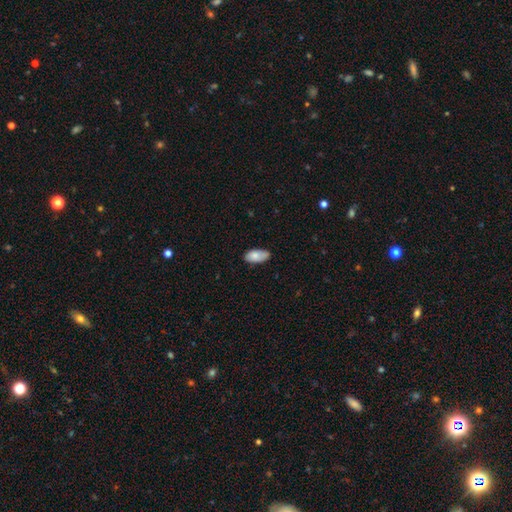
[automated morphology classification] This is clearly a smooth galaxy (81%). How rounded: clearly in between (94%). Merging: likely none (74%).